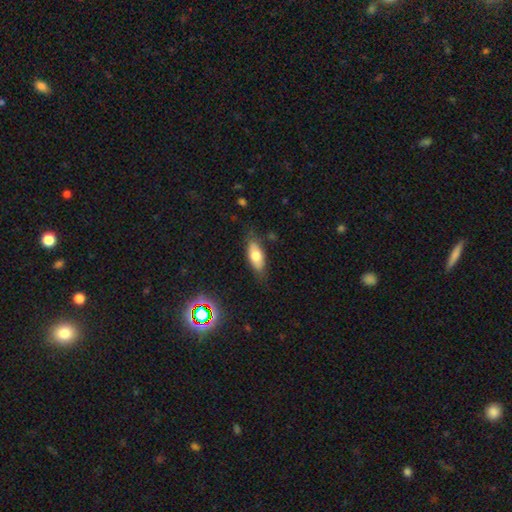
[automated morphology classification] This appears to be a smooth galaxy with no disk features (69%) that is in between round and cigar-shaped (78%). Merging: none (77%).